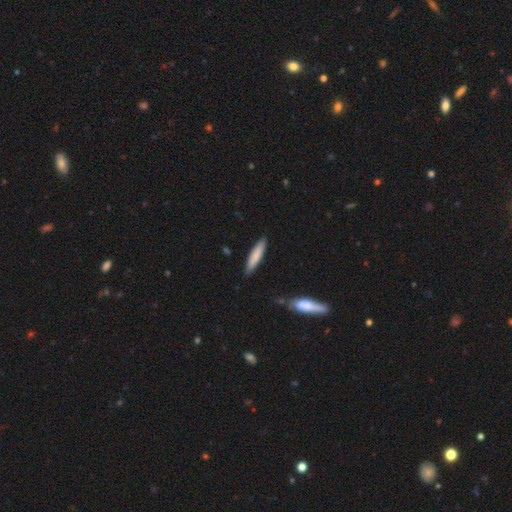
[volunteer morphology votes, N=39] smooth 79%, featured or disk 15%, star or artifact 5%. Down the decision tree: how rounded — cigar-shaped (81%); merging — none (97%).